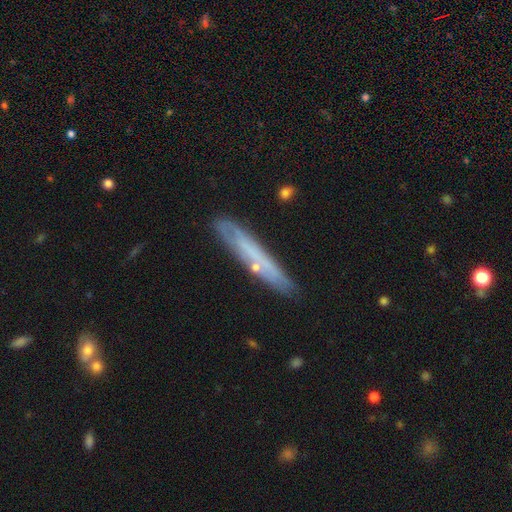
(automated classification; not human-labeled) This is possibly a featured or disk galaxy (49%). Merging: clearly none (81%).